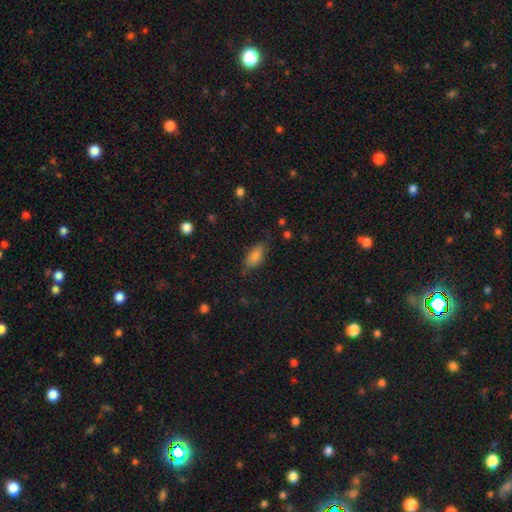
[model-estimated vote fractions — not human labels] Overall: smooth (82%). How rounded: in between (89%). Merging: none (71%).